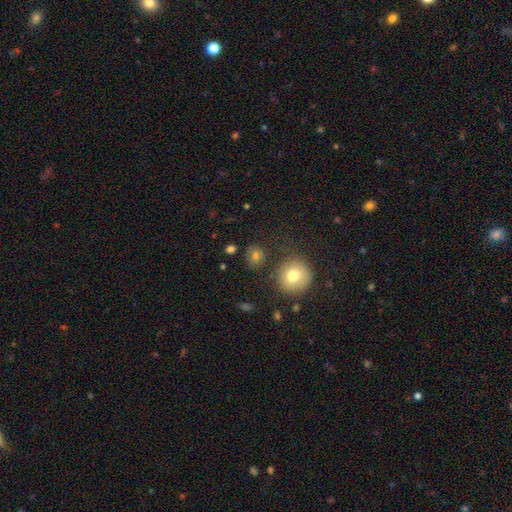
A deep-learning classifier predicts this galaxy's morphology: Smooth or featured? smooth (75%)
How rounded? round (79%)
Merging? none (79%)